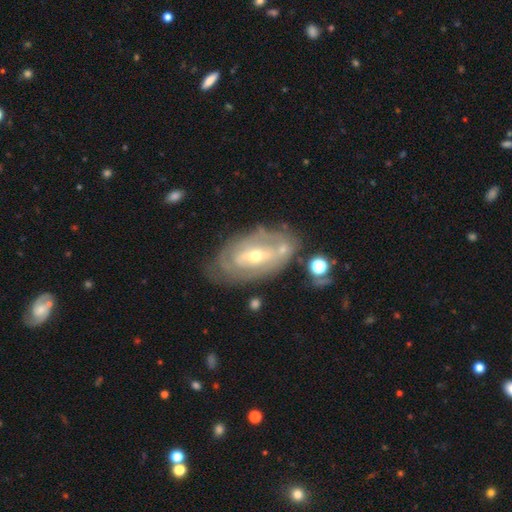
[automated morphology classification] This appears to be a featured or disk galaxy (78%) with a weak bar (37%), spiral arms (64%) and a moderate central bulge (55%). Merging: none (64%).